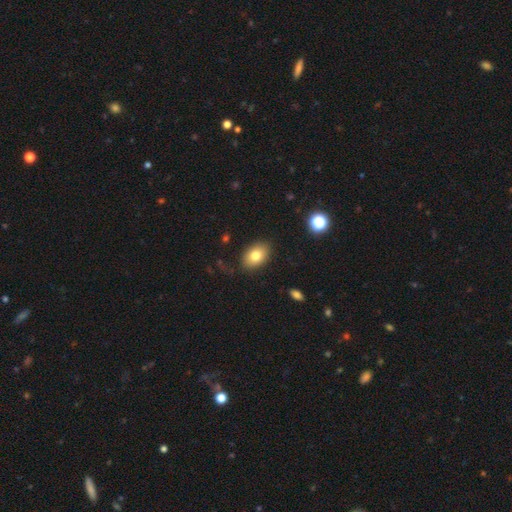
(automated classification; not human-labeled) This is likely a smooth galaxy (78%). How rounded: clearly in between (85%). Merging: clearly none (84%).